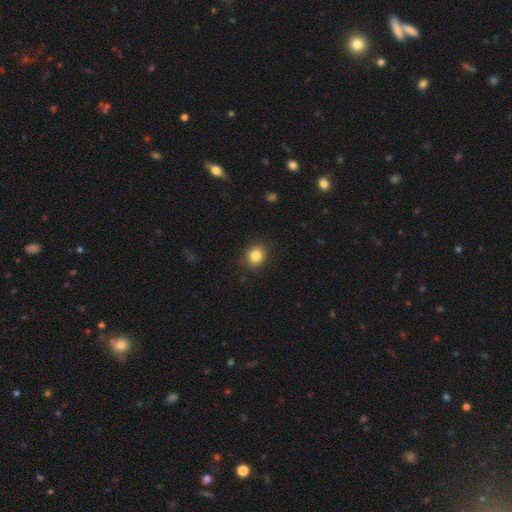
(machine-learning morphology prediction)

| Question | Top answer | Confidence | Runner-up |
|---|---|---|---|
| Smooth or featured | smooth | 83% | star or artifact (10%) |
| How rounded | round | 71% | in between (28%) |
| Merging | none | 88% | minor disturbance (8%) |